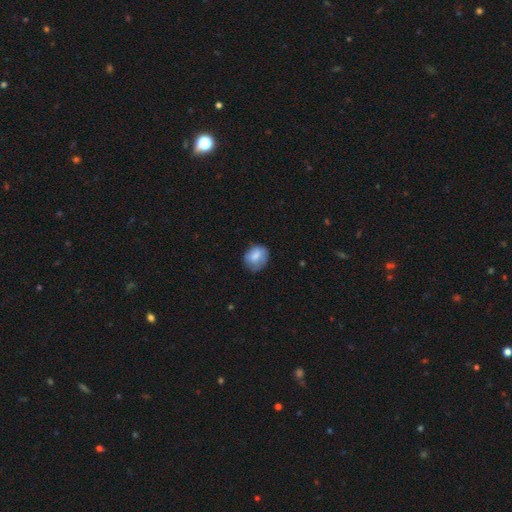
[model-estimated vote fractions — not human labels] smooth-or-featured: smooth: 77% | featured or disk: 15% | star or artifact: 8%
  how-rounded: round: 59% | in between: 40% | cigar-shaped: 1%
  merging: none: 65% | minor disturbance: 26% | major disturbance: 8% | merger: 1%